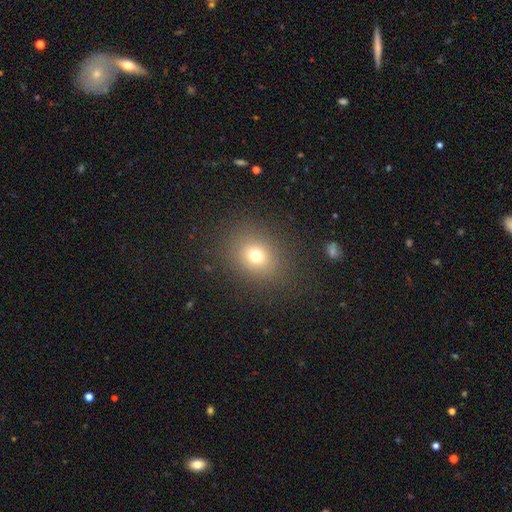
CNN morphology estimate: A smooth galaxy with no disk features (72%) that is round (60%). Merging: none (85%).